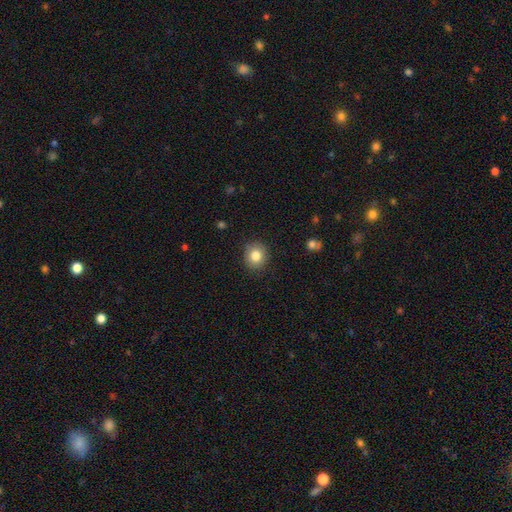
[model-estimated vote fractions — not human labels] A smooth galaxy with no disk features (83%) that is round (81%). Merging: none (89%).